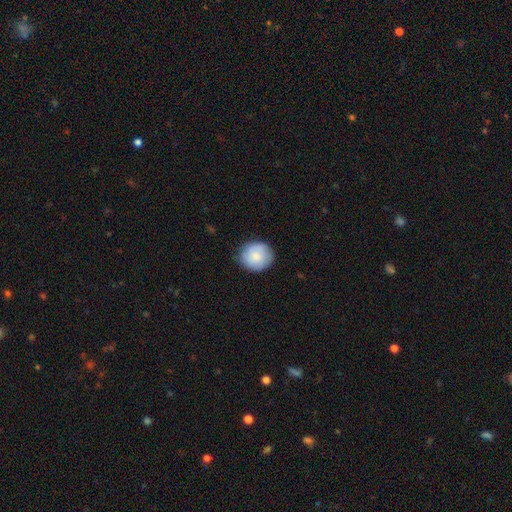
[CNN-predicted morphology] This is likely a smooth galaxy (79%). How rounded: clearly round (84%). Merging: clearly none (81%).